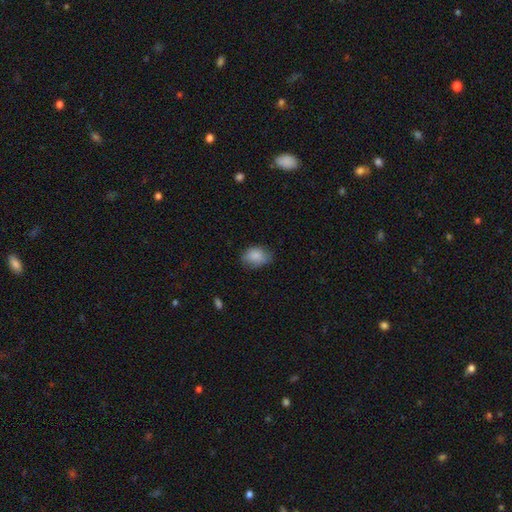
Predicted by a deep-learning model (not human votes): Smooth or featured? smooth (84%)
How rounded? in between (74%)
Merging? none (63%)